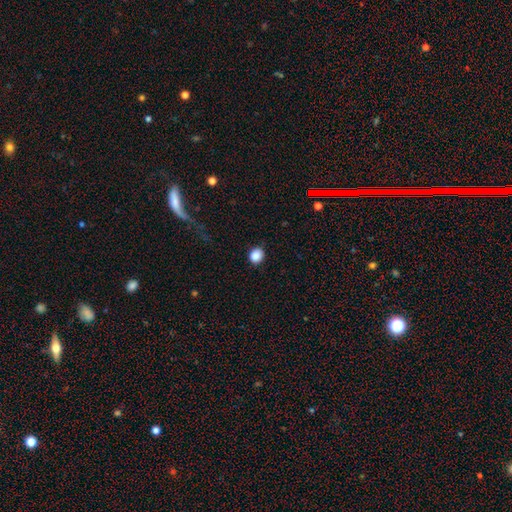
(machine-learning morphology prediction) Smooth or featured?
  - smooth: 87% *
  - star or artifact: 10%
  - featured or disk: 3%
How rounded?
  - round: 79% *
  - in between: 20%
  - cigar-shaped: 1%
Merging?
  - none: 89% *
  - minor disturbance: 8%
  - major disturbance: 2%
  - merger: 1%